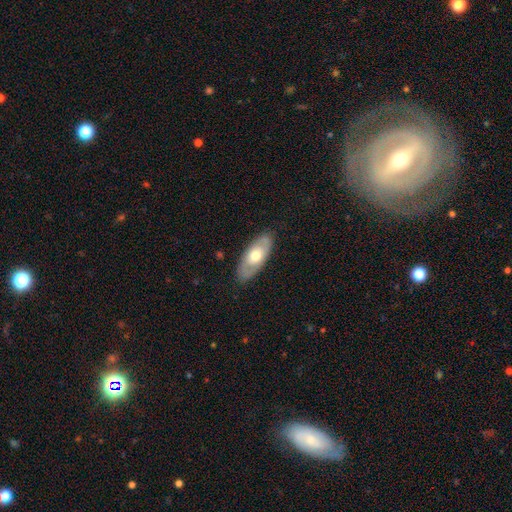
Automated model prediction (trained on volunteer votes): Smooth or featured?
  - smooth: 49% *
  - featured or disk: 46%
  - star or artifact: 5%
Merging?
  - none: 84% *
  - minor disturbance: 12%
  - major disturbance: 3%
  - merger: 1%